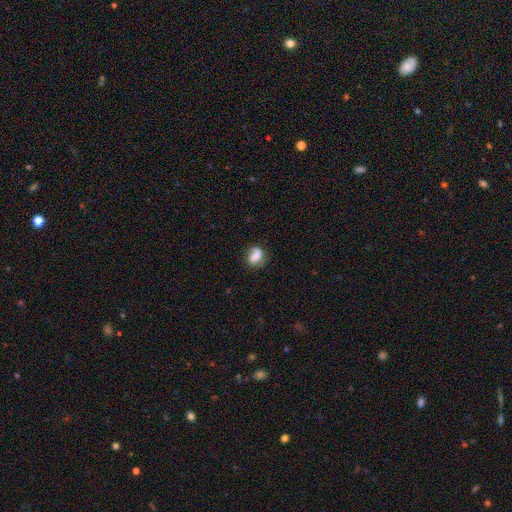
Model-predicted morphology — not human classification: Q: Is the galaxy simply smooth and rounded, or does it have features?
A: smooth — 69%.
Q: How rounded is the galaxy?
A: in between — 55%.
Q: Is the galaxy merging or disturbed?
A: none — 49%.